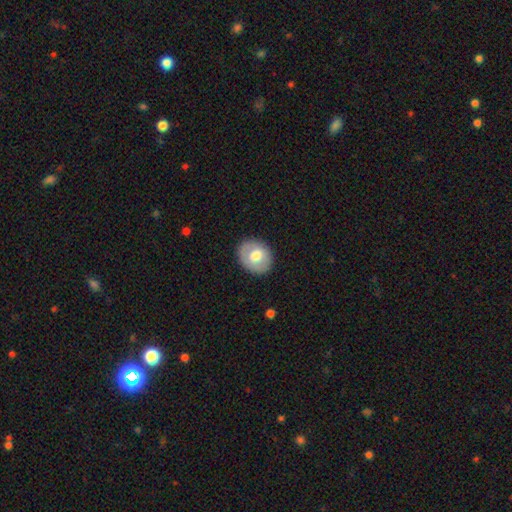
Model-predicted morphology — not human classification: This appears to be a smooth galaxy with no disk features (65%) that is round (59%). Merging: none (85%).